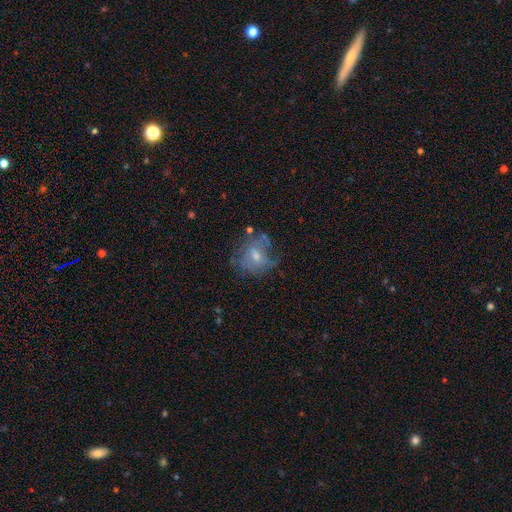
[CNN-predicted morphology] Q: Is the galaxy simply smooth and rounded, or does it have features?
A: featured or disk — 48%.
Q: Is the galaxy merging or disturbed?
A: none — 55%.